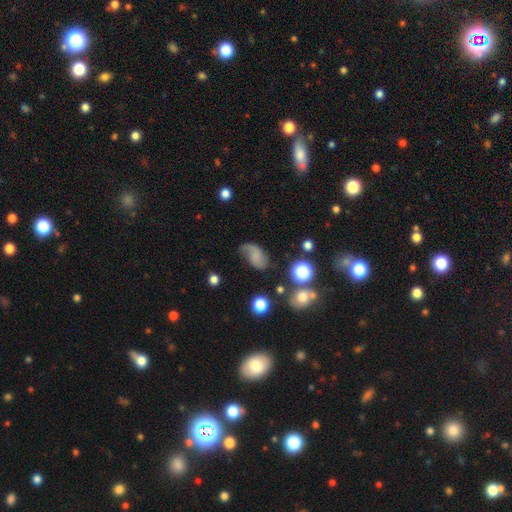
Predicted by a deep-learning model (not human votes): Overall: featured or disk (46%; smooth 41%). Merging: none (42%; minor disturbance 31%).